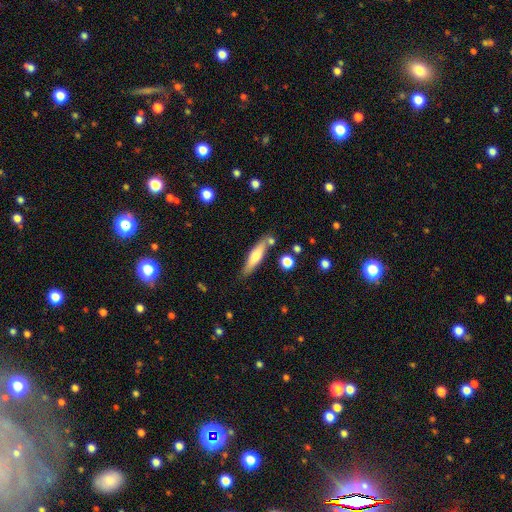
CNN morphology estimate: This appears to be a smooth galaxy with no disk features (60%) that is cigar-shaped (75%). Merging: none (75%).